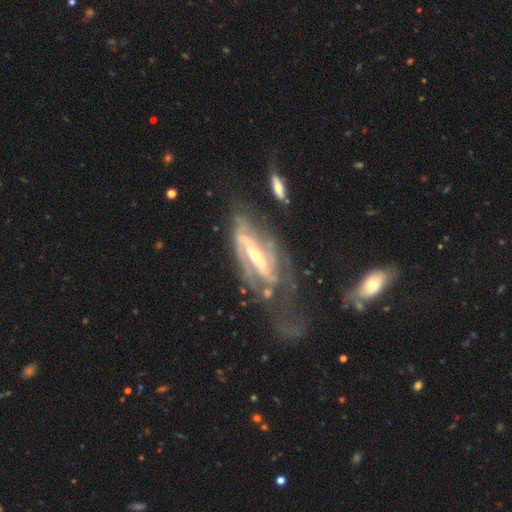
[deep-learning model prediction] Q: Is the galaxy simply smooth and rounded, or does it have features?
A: featured or disk — 86%.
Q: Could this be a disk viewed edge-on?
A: no — 86%.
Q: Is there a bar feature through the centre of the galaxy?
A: strong — 54%.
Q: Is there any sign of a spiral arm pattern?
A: yes — 88%.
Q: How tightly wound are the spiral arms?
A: tight — 42%.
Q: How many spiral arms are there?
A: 2 — 54%.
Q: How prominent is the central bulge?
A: small — 52%.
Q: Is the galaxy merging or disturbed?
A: major disturbance — 35%, tied with none.